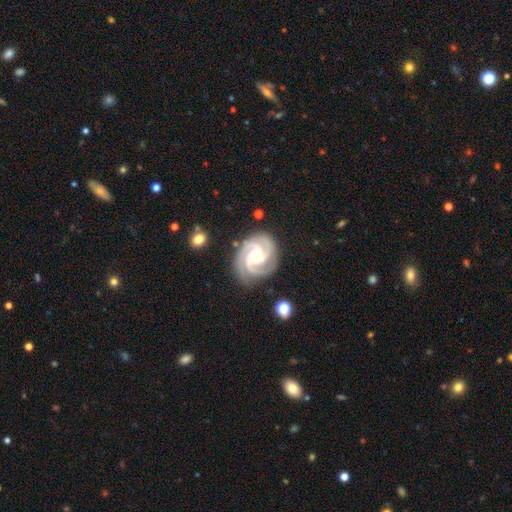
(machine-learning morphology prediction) Smooth or featured: featured or disk — 92% (star or artifact — 4%)
Edge-on disk: no — 98% (yes — 2%)
Bar: no — 61% (weak — 29%)
Spiral arms: yes — 99% (no — 1%)
Spiral winding: tight — 66% (medium — 31%)
Spiral arm count: 3 — 67% (4 — 15%)
Bulge size: small — 61% (moderate — 31%)
Merging: none — 81% (minor disturbance — 14%)